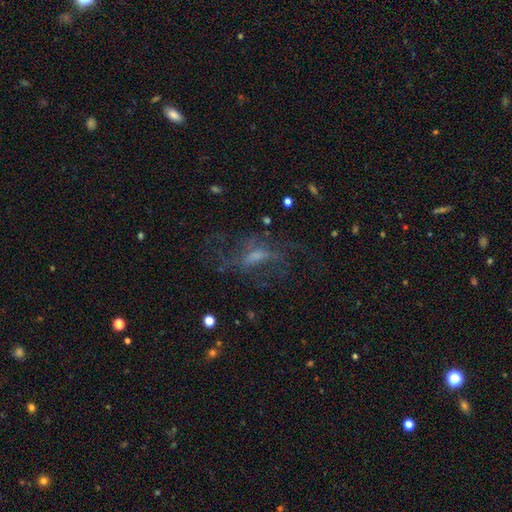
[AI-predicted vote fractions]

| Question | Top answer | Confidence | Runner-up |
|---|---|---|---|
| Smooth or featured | featured or disk | 57% | smooth (25%) |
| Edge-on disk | no | 90% | yes (10%) |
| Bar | no | 42% | weak (41%) |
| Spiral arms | yes | 51% | no (49%) |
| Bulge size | moderate | 31% | none (30%) |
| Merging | none | 47% | major disturbance (33%) |